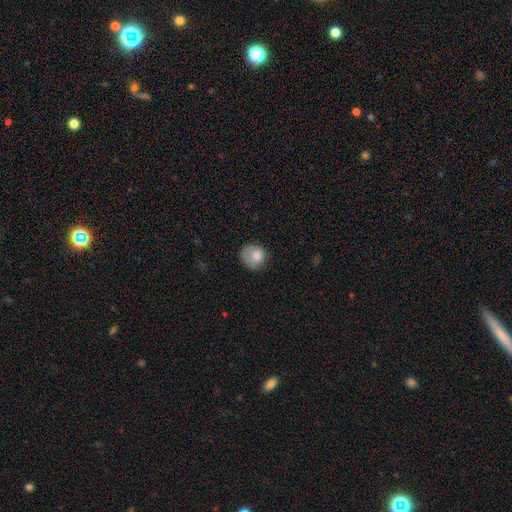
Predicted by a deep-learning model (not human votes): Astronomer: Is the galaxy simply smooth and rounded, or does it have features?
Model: smooth — 78%.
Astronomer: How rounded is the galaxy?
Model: round — 77%.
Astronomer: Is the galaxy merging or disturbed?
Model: none — 58%.